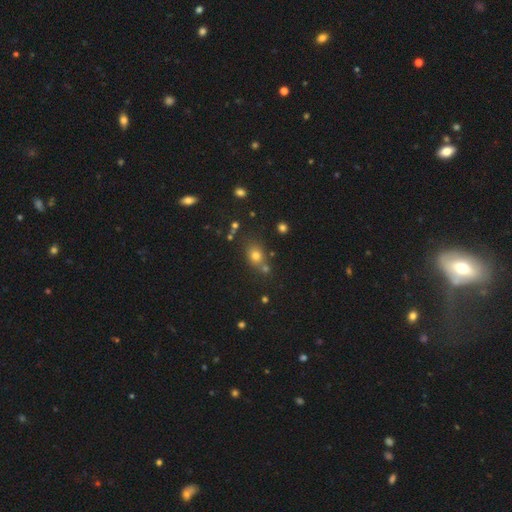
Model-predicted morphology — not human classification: Q: Smooth or featured?
A: smooth (72%); runner-up: star or artifact (17%)
Q: How rounded?
A: round (50%); runner-up: in between (48%)
Q: Merging?
A: none (64%); runner-up: merger (18%)